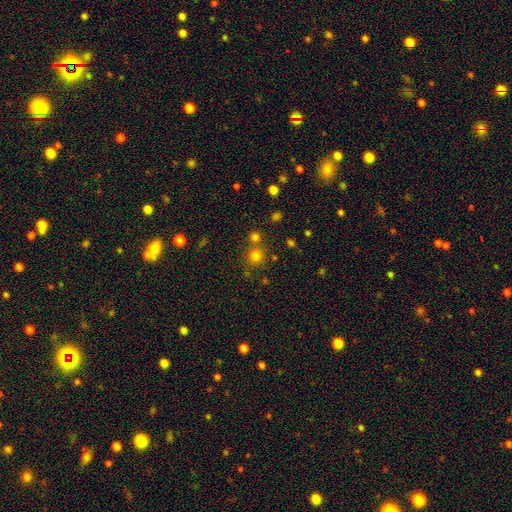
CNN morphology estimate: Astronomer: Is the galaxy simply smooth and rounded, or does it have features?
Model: smooth — 75%.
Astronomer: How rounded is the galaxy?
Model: round — 89%.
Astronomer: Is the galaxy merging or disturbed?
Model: none — 68%.